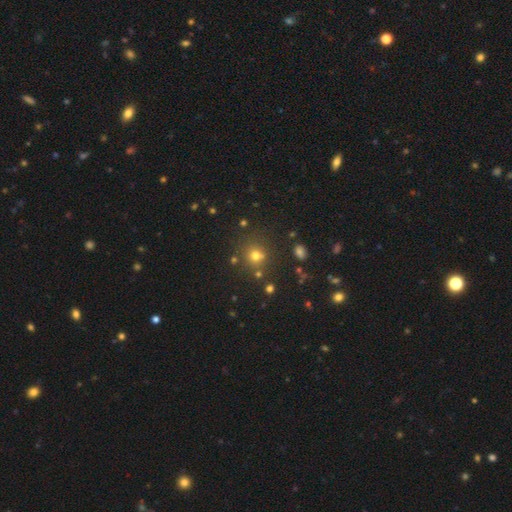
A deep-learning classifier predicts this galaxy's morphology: smooth-or-featured: smooth: 69% | star or artifact: 23% | featured or disk: 8%
  how-rounded: round: 89% | in between: 10% | cigar-shaped: 1%
  merging: none: 75% | merger: 11% | minor disturbance: 10% | major disturbance: 4%